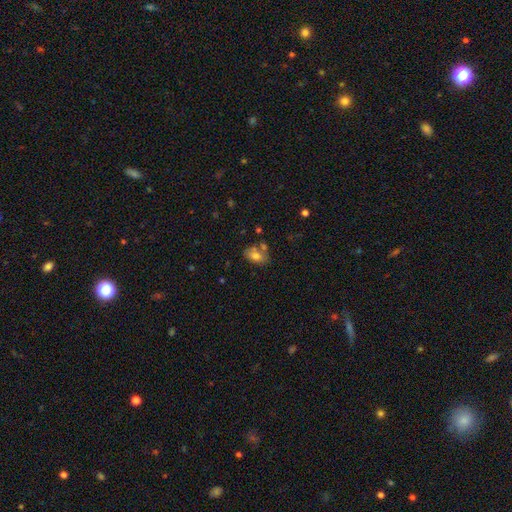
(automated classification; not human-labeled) Overall: smooth (74%). How rounded: in between (87%). Merging: none (57%; minor disturbance 19%).